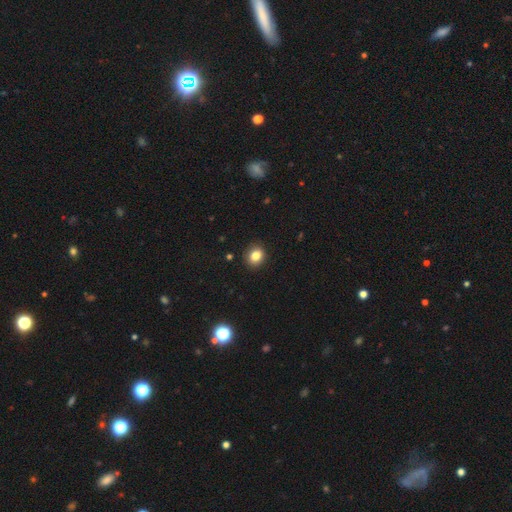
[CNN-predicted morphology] Q: Smooth or featured?
A: smooth (83%); runner-up: star or artifact (11%)
Q: How rounded?
A: round (66%); runner-up: in between (33%)
Q: Merging?
A: none (89%); runner-up: minor disturbance (8%)